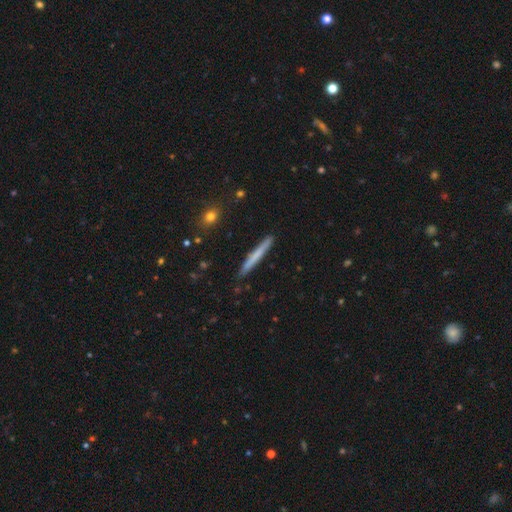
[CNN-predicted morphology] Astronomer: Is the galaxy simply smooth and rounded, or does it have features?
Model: smooth — 62%.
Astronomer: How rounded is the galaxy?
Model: cigar-shaped — 97%.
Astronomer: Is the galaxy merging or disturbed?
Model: none — 90%.